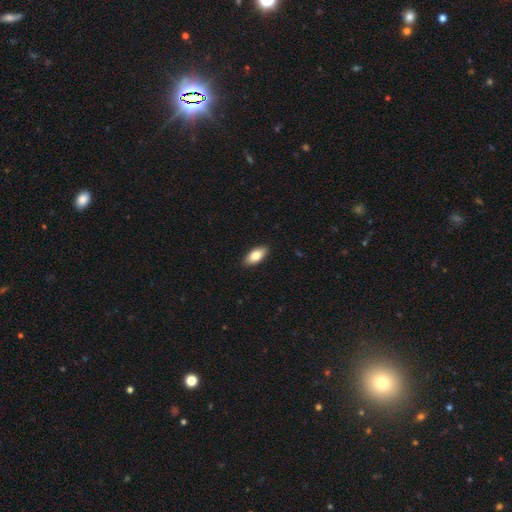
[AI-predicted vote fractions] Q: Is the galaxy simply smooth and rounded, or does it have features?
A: smooth — 80%.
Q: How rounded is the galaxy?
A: in between — 89%.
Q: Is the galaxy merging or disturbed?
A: none — 90%.